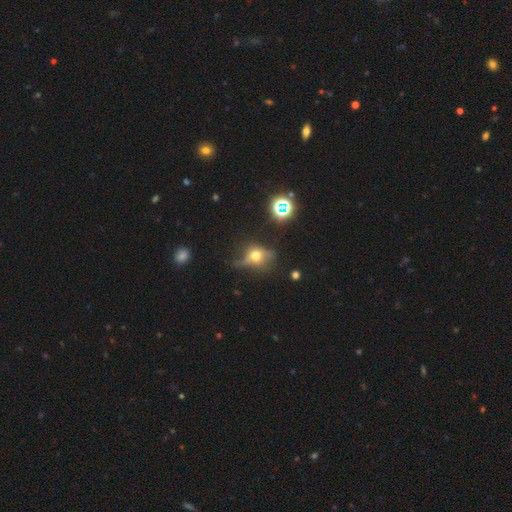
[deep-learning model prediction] Smooth or featured? Predicted: featured or disk (p=0.44). Merging? Predicted: none (p=0.52).